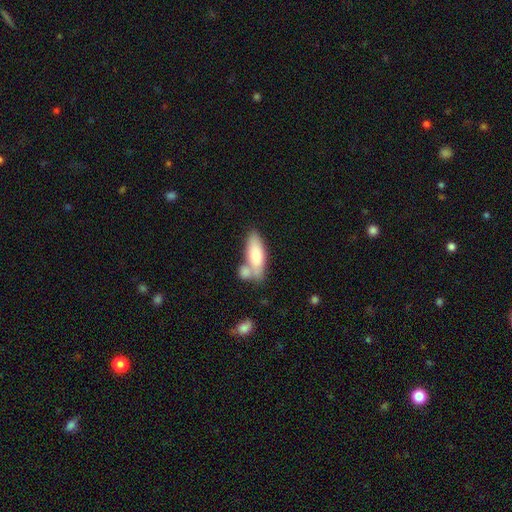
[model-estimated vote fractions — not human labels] smooth_or_featured: smooth (p=0.72) [alt: featured or disk p=0.22]
how_rounded: in between (p=0.68) [alt: cigar-shaped p=0.30]
merging: none (p=0.45) [alt: merger p=0.35]